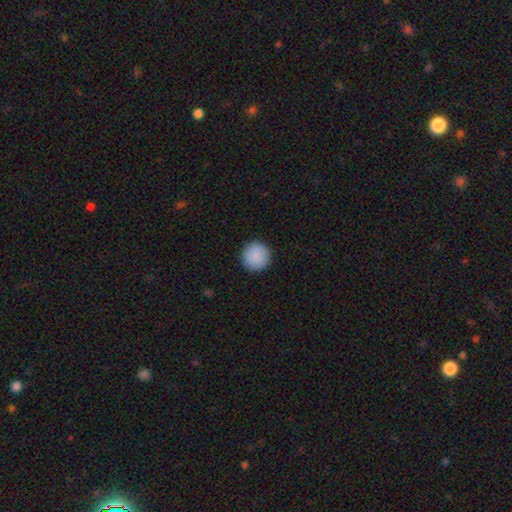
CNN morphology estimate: smooth 90%, star or artifact 7%, featured or disk 3%. Down the decision tree: how rounded — round (96%); merging — none (92%).